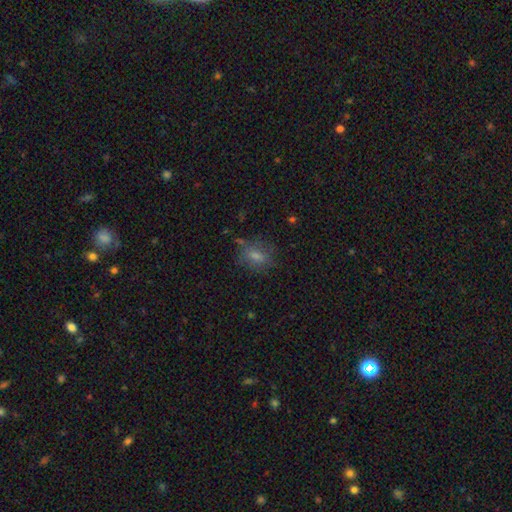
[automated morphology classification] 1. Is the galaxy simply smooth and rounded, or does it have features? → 60% smooth, 23% star or artifact, 17% featured or disk.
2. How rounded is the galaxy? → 49% round, 48% in between, 3% cigar-shaped.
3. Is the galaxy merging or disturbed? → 74% none, 16% minor disturbance, 7% major disturbance, 3% merger.